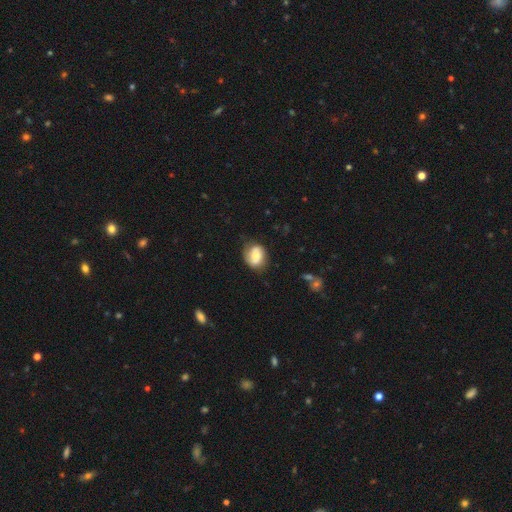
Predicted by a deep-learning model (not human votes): Morphology: type=smooth (58%); roundness=round (51%); merging=none (64%).